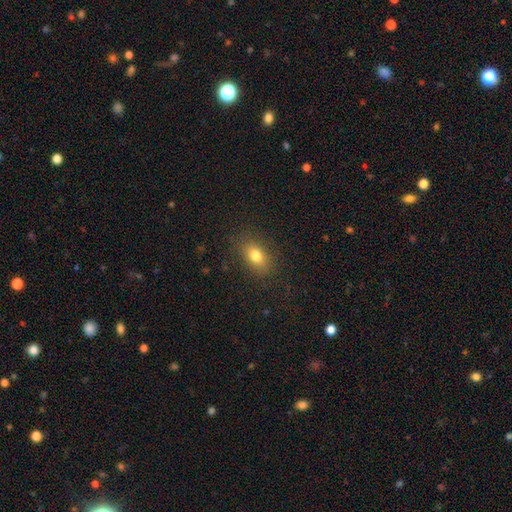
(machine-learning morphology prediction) smooth 79%, star or artifact 11%, featured or disk 10%. Down the decision tree: how rounded — in between (79%); merging — none (85%).